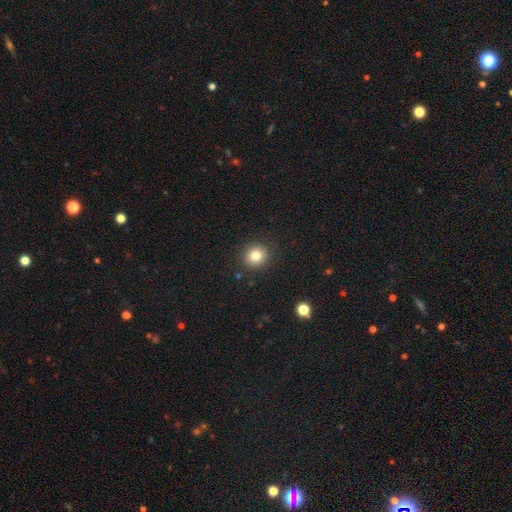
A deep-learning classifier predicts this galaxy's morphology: A smooth galaxy with no disk features (82%) that is round (85%). Merging: none (89%).